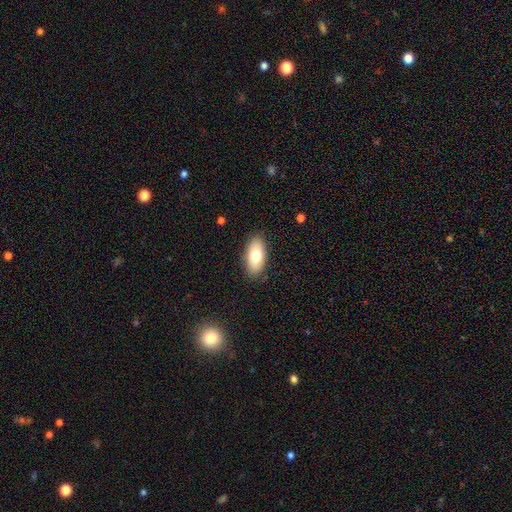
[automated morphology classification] Smooth or featured: smooth — 75% (featured or disk — 18%)
How rounded: in between — 91% (cigar-shaped — 5%)
Merging: none — 86% (minor disturbance — 10%)